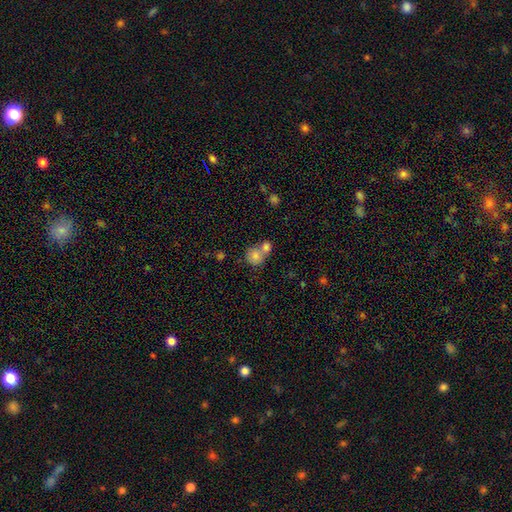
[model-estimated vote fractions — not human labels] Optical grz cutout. It shows a smooth galaxy with no disk features (79%) that is round (81%). Merging: merger (58%).